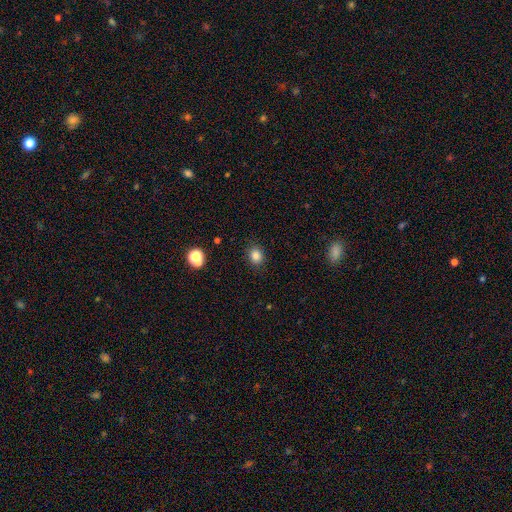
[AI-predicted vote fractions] The model was most divided on "how rounded": round: 61%, in between: 38%, cigar-shaped: 1%. More confident: merging — none (87%); smooth or featured — smooth (83%).